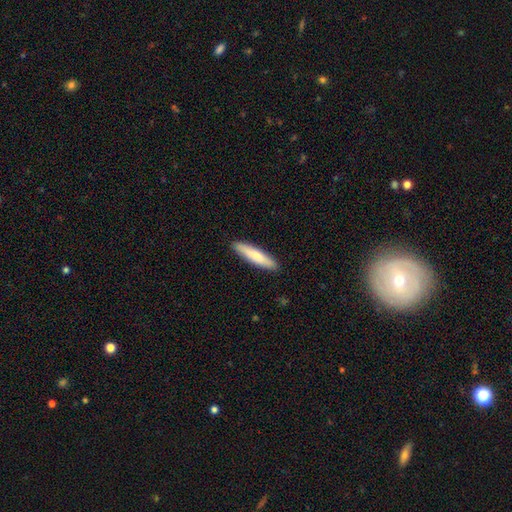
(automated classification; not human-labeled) smooth_or_featured: smooth (p=0.77) [alt: featured or disk p=0.18]
how_rounded: cigar-shaped (p=0.86) [alt: in between p=0.13]
merging: none (p=0.91) [alt: minor disturbance p=0.07]